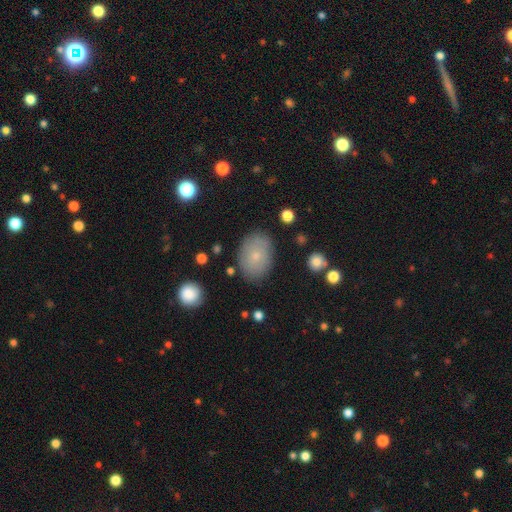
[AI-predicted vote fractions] Smooth or featured? smooth (68%)
How rounded? in between (75%)
Merging? none (82%)